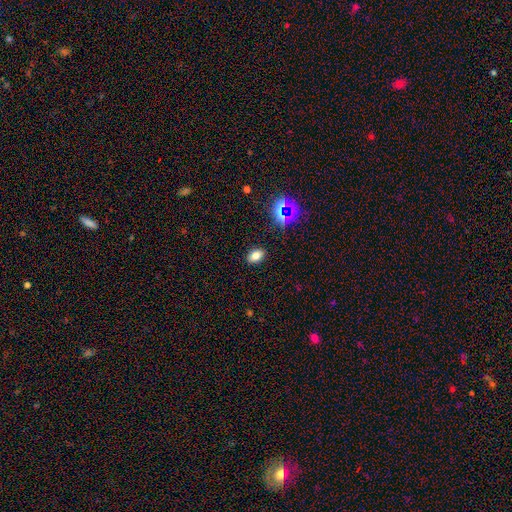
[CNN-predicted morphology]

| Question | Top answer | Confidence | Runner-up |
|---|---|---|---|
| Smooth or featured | smooth | 74% | star or artifact (18%) |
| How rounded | in between | 84% | round (14%) |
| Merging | none | 88% | minor disturbance (8%) |